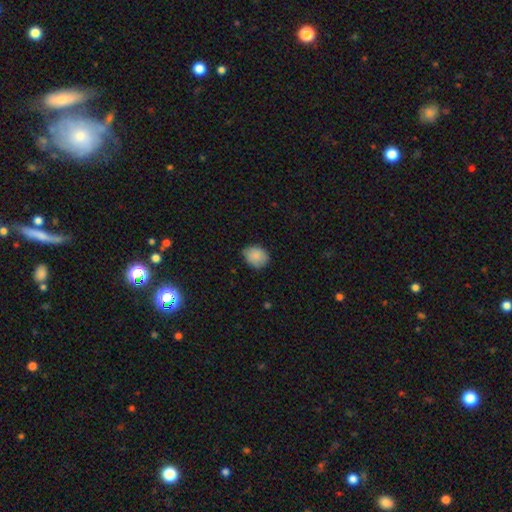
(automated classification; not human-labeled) Overall: smooth (87%). How rounded: round (55%; in between 44%). Merging: none (75%).